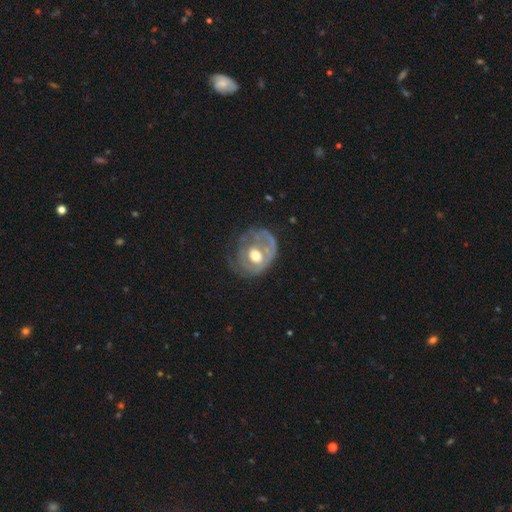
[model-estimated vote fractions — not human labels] Smooth or featured? featured or disk (68%)
Edge-on disk? no (97%)
Bar? no (72%)
Spiral arms? yes (56%)
Bulge size? moderate (67%)
Merging? none (41%)